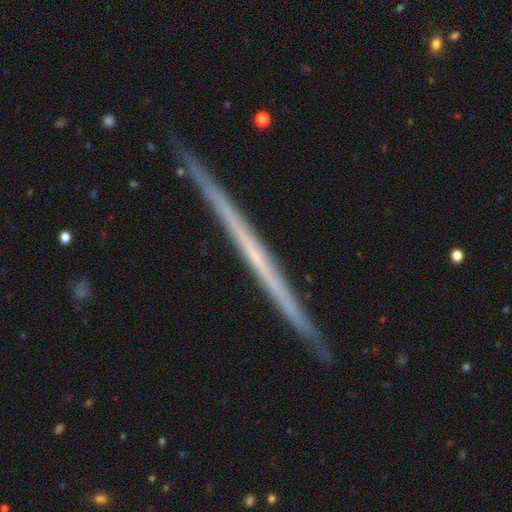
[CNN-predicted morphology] Smooth or featured: featured or disk — 71% (smooth — 22%)
Edge-on disk: yes — 98% (no — 2%)
Edge-on bulge: none — 90% (rounded — 7%)
Merging: none — 91% (minor disturbance — 7%)